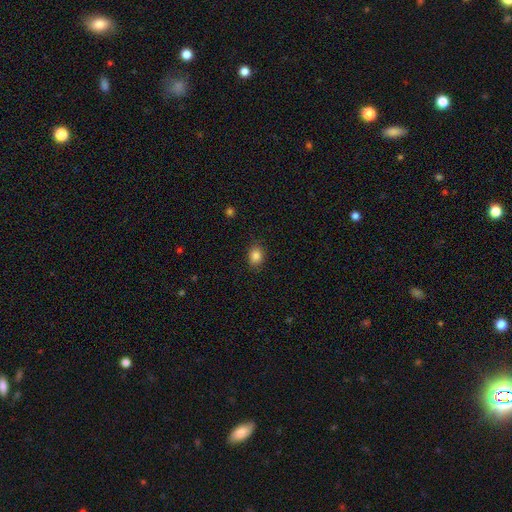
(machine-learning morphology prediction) Smooth or featured: smooth — 85% (star or artifact — 10%)
How rounded: in between — 57% (round — 42%)
Merging: none — 86% (minor disturbance — 11%)